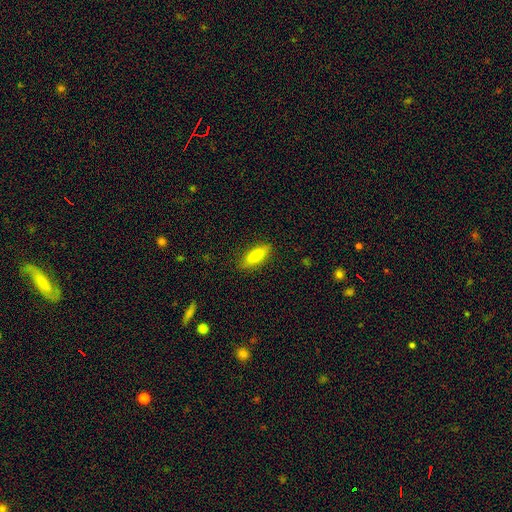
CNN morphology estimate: A smooth galaxy with no disk features (85%) that is in between round and cigar-shaped (61%).

Vote fractions:
- Smooth or featured? smooth: 85% / featured or disk: 8% / star or artifact: 6%
- How rounded? in between: 61% / cigar-shaped: 37% / round: 2%
- Merging? none: 85% / minor disturbance: 11% / major disturbance: 3% / merger: 1%